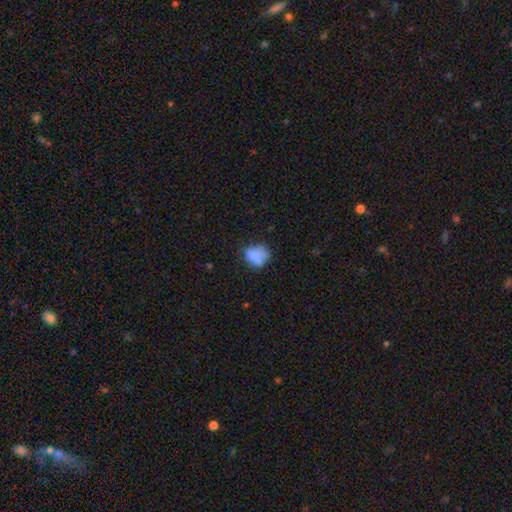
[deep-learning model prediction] Smooth or featured? Predicted: smooth (p=0.78). How rounded? Predicted: round (p=0.53). Merging? Predicted: none (p=0.53).